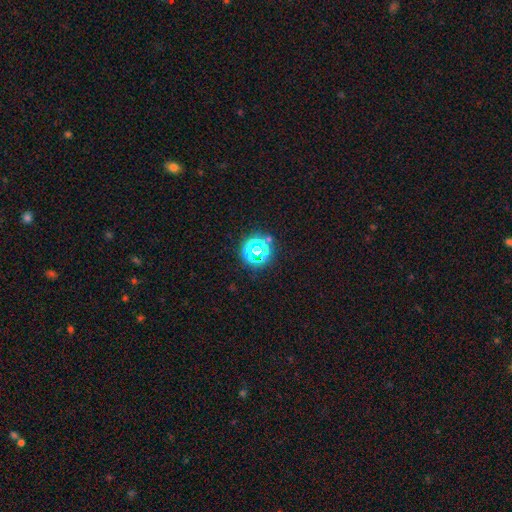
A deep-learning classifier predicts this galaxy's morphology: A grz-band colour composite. It shows a star or artifact, not a galaxy (63%).